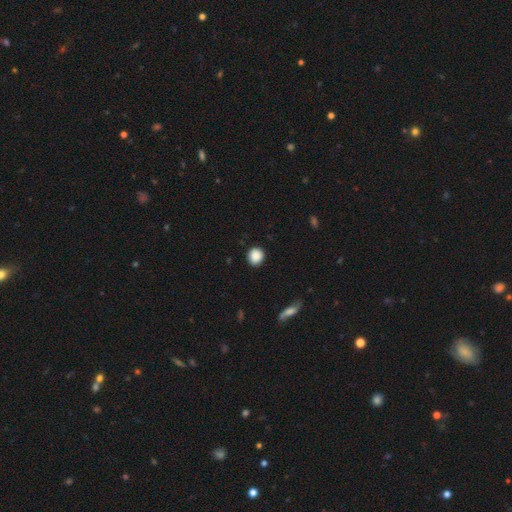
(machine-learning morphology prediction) Smooth or featured? Predicted: smooth (p=0.88). How rounded? Predicted: round (p=0.85). Merging? Predicted: none (p=0.88).